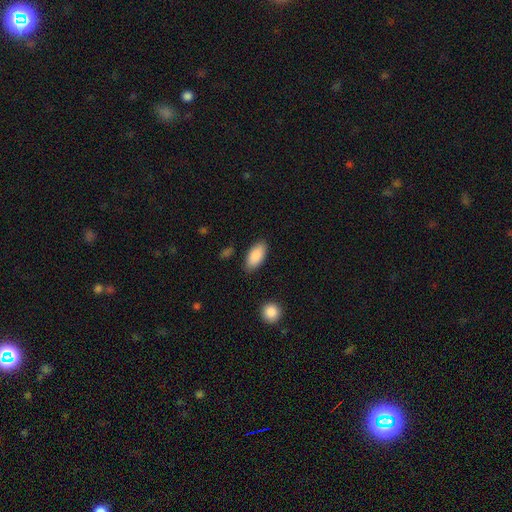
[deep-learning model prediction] A smooth galaxy with no disk features (89%) that is in between round and cigar-shaped (92%).

Vote fractions:
- Smooth or featured? smooth: 89% / star or artifact: 6% / featured or disk: 5%
- How rounded? in between: 92% / cigar-shaped: 6% / round: 2%
- Merging? none: 85% / minor disturbance: 11% / major disturbance: 3% / merger: 2%